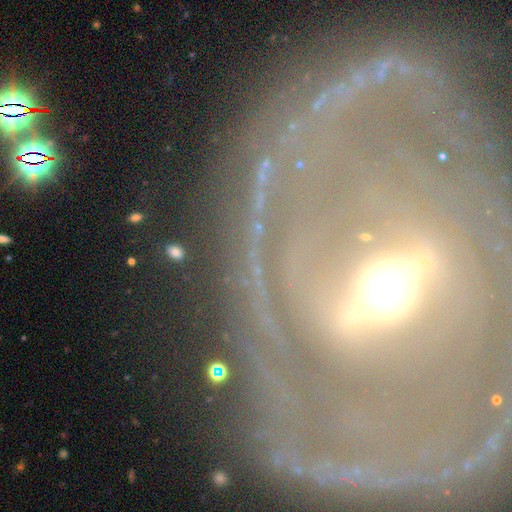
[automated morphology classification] featured or disk 73%, star or artifact 16%, smooth 12%. Down the decision tree: edge-on disk — no (74%); bar — strong (59%); spiral arms — yes (62%); bulge size — moderate (60%); merging — none (74%).